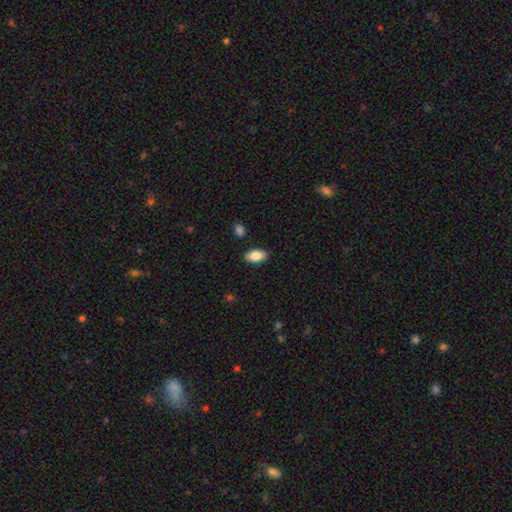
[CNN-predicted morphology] This is clearly a smooth galaxy (84%). How rounded: clearly in between (92%). Merging: clearly none (86%).